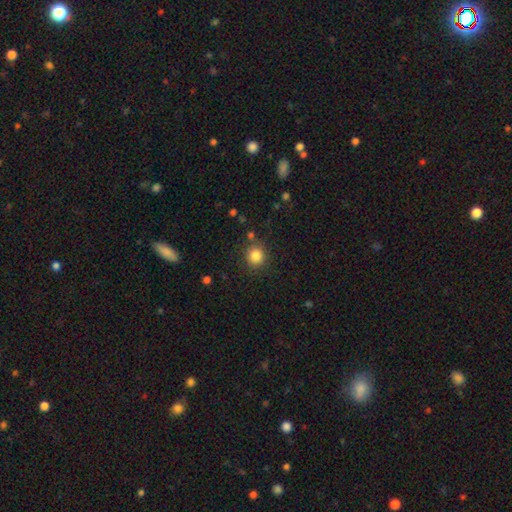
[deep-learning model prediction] A smooth galaxy with no disk features (84%) that is round (89%).

Vote fractions:
- Smooth or featured? smooth: 84% / star or artifact: 11% / featured or disk: 5%
- How rounded? round: 89% / in between: 10% / cigar-shaped: 1%
- Merging? none: 85% / minor disturbance: 8% / merger: 3% / major disturbance: 3%